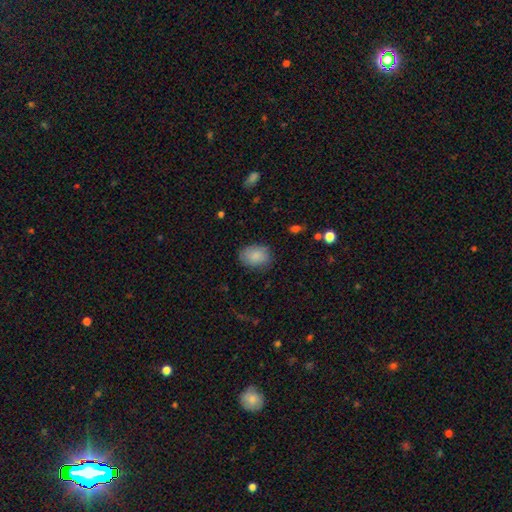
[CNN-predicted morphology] Smooth or featured? Predicted: smooth (p=0.85). How rounded? Predicted: in between (p=0.72). Merging? Predicted: none (p=0.79).